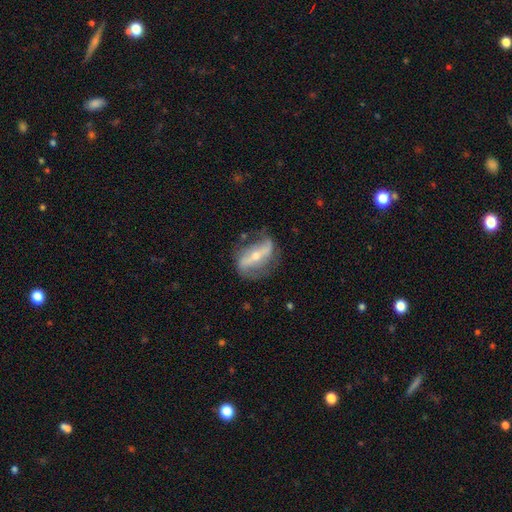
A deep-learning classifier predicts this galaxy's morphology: The model was most divided on "bulge size": small: 56%, moderate: 40%, large: 2%, none: 1%, dominant: 1%. More confident: spiral arm count — 2 (84%); edge-on disk — no (83%); smooth or featured — featured or disk (80%); spiral arms — yes (79%); bar — strong (67%); merging — none (64%); spiral winding — loose (59%).